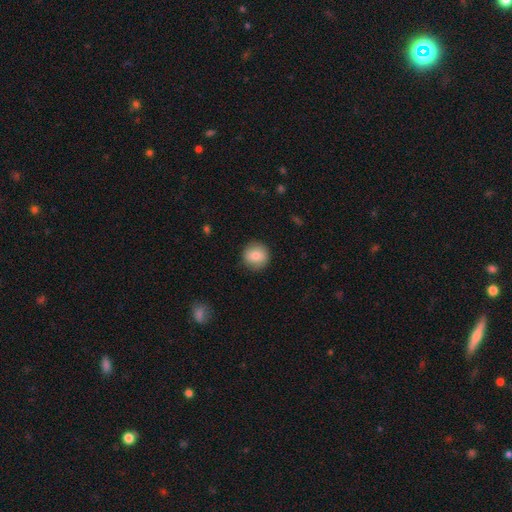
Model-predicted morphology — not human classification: The model was most divided on "smooth or featured": smooth: 82%, featured or disk: 11%, star or artifact: 8%. More confident: how rounded — round (93%); merging — none (88%).